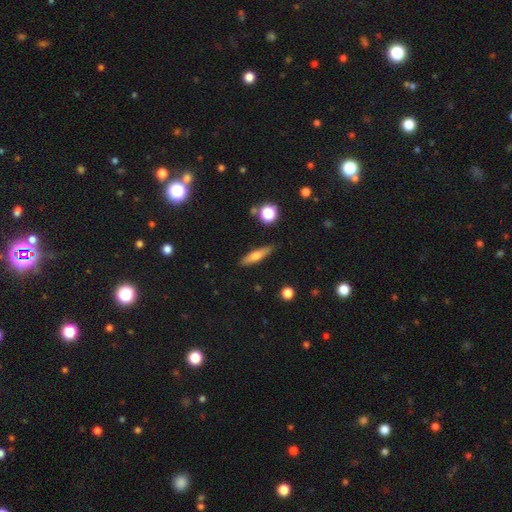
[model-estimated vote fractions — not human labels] Smooth or featured? Predicted: smooth (p=0.63). How rounded? Predicted: cigar-shaped (p=0.75). Merging? Predicted: none (p=0.84).